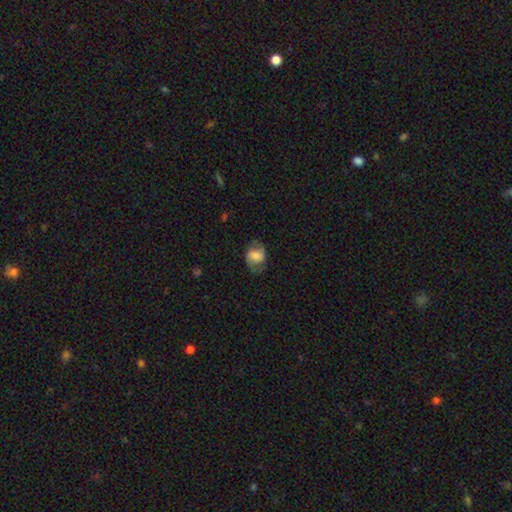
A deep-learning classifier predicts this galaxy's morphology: This appears to be a smooth galaxy with no disk features (59%) that is in between round and cigar-shaped (57%). Merging: none (64%).